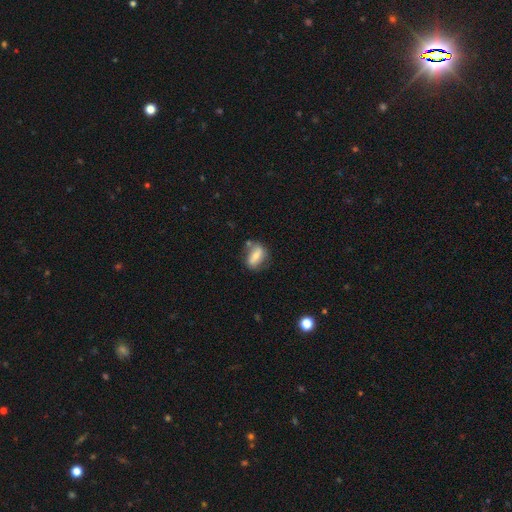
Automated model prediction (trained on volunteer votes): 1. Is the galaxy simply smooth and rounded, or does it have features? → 64% smooth, 27% featured or disk, 8% star or artifact.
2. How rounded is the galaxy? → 77% in between, 13% round, 10% cigar-shaped.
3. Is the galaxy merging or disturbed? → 62% none, 22% minor disturbance, 9% merger, 7% major disturbance.